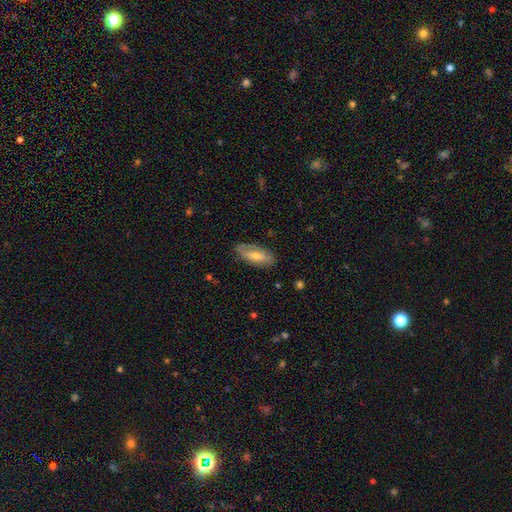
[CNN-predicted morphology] type=featured or disk (49%); merging=none (80%).